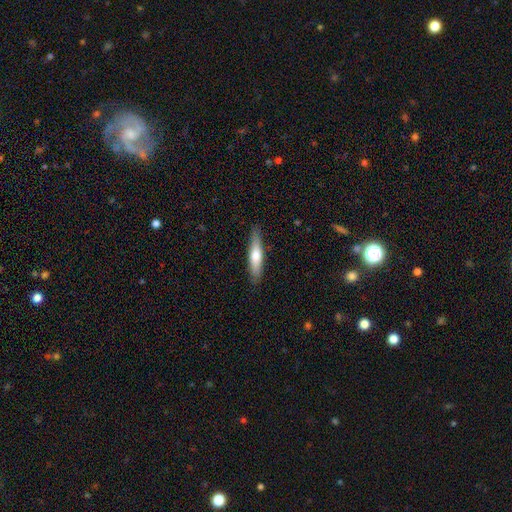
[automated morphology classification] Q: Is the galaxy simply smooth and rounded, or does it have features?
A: smooth — 59%.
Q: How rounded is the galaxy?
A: cigar-shaped — 82%.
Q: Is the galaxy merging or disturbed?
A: none — 87%.